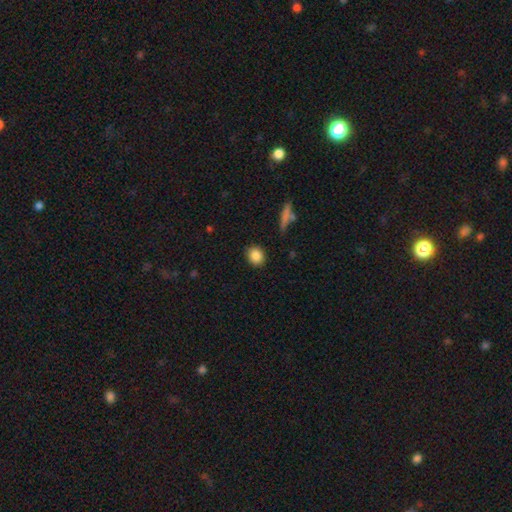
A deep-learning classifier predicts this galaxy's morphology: This is clearly a smooth galaxy (86%). How rounded: likely round (71%). Merging: clearly none (88%).